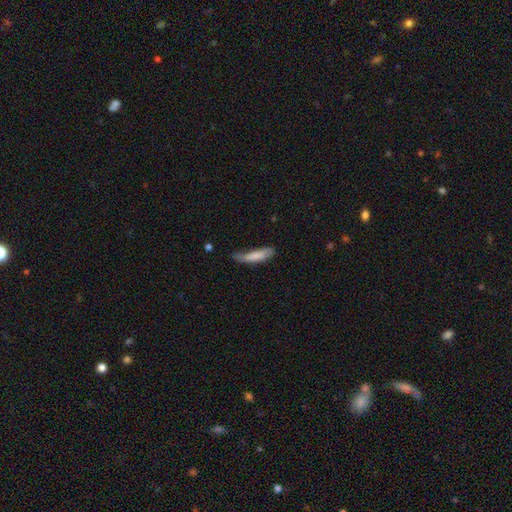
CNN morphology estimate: Q: Smooth or featured?
A: smooth (75%); runner-up: featured or disk (19%)
Q: How rounded?
A: cigar-shaped (74%); runner-up: in between (25%)
Q: Merging?
A: none (41%); runner-up: minor disturbance (38%)